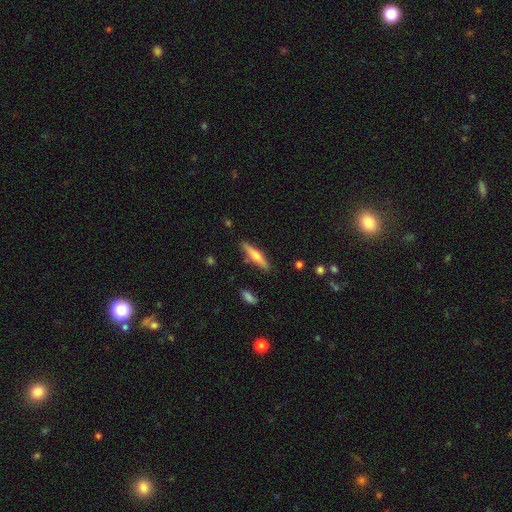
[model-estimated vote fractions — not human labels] A smooth galaxy with no disk features (48%). Merging: none (86%).